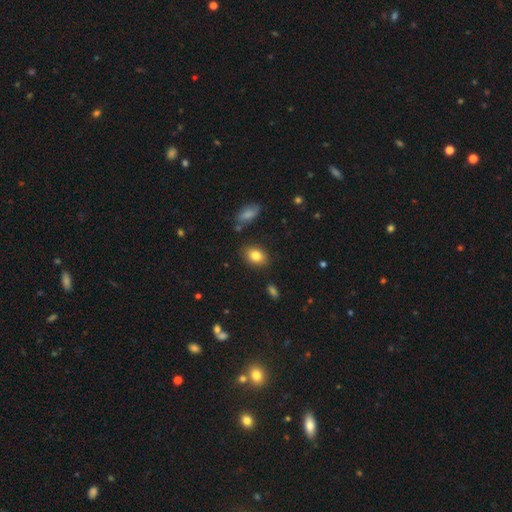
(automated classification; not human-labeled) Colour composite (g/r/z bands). It shows a smooth galaxy with no disk features (82%) that is in between round and cigar-shaped (80%). Merging: none (84%).